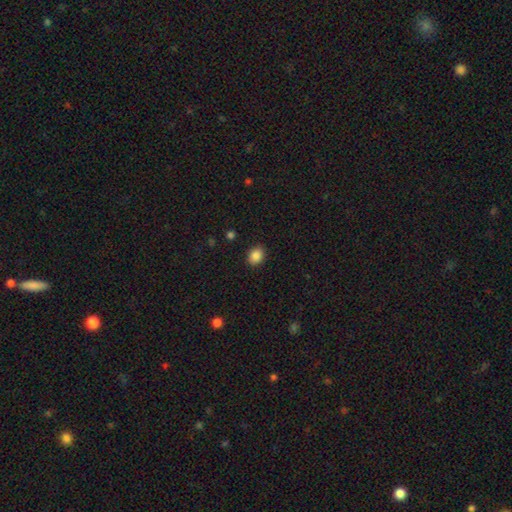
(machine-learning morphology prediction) Smooth or featured: smooth — 87% (star or artifact — 9%)
How rounded: in between — 55% (round — 44%)
Merging: none — 89% (minor disturbance — 8%)